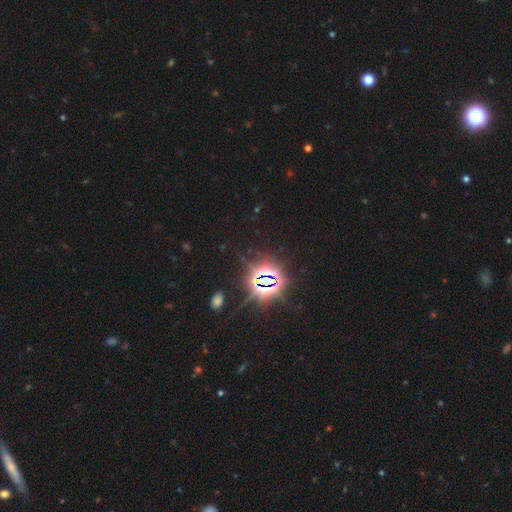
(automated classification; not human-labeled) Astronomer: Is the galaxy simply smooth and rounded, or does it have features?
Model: star or artifact — 82%.